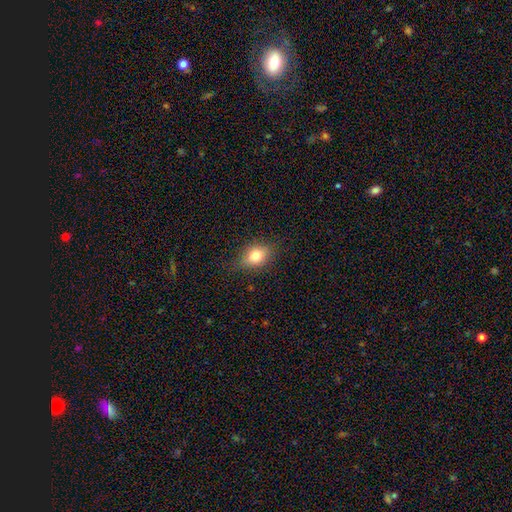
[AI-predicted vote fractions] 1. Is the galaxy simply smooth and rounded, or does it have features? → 76% smooth, 14% featured or disk, 10% star or artifact.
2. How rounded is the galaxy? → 69% in between, 29% round, 3% cigar-shaped.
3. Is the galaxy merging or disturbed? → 77% none, 18% minor disturbance, 4% major disturbance, 1% merger.